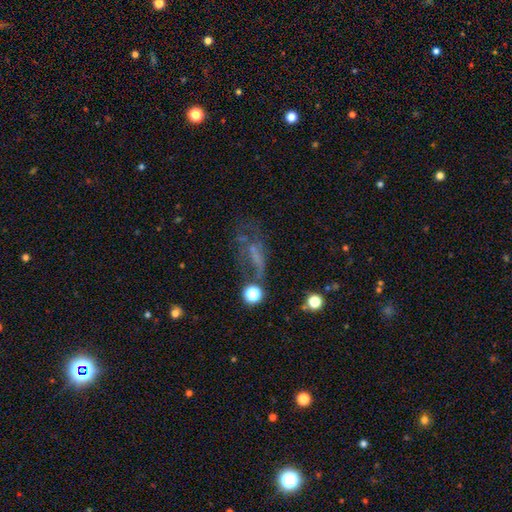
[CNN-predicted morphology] A featured or disk galaxy (42%).

Vote fractions:
- Smooth or featured? featured or disk: 42% / smooth: 31% / star or artifact: 26%
- Merging? major disturbance: 38% / none: 34% / minor disturbance: 18% / merger: 10%